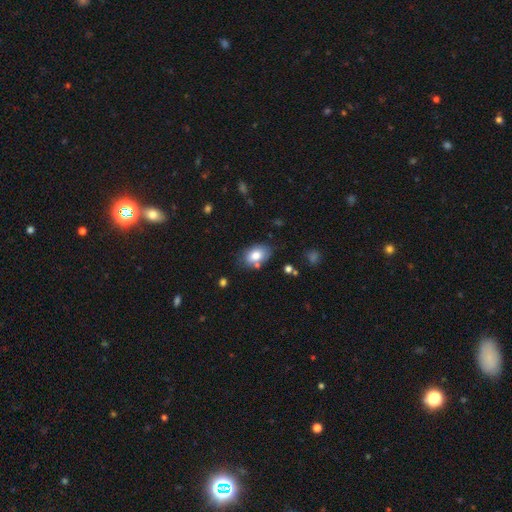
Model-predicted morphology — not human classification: smooth_or_featured: smooth (p=0.78) [alt: featured or disk p=0.14]
how_rounded: in between (p=0.86) [alt: round p=0.13]
merging: none (p=0.71) [alt: minor disturbance p=0.17]